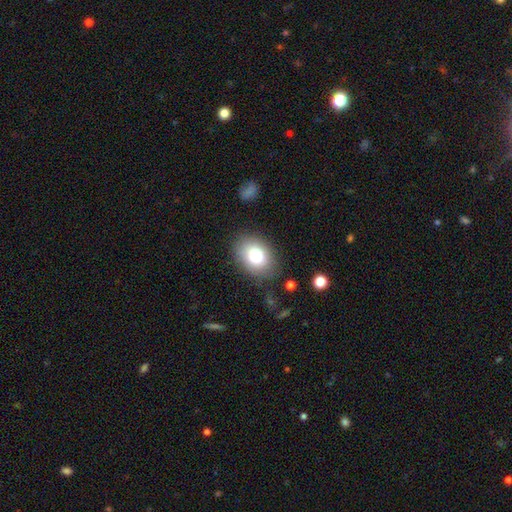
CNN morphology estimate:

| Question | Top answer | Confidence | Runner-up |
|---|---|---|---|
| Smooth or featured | smooth | 79% | featured or disk (12%) |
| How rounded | in between | 70% | round (29%) |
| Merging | none | 81% | minor disturbance (13%) |